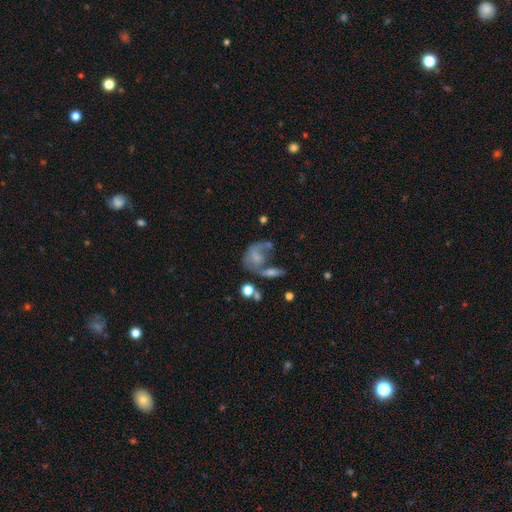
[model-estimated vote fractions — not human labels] Overall: smooth (51%; featured or disk 36%). How rounded: in between (68%; round 29%). Merging: major disturbance (33%; merger 28%).